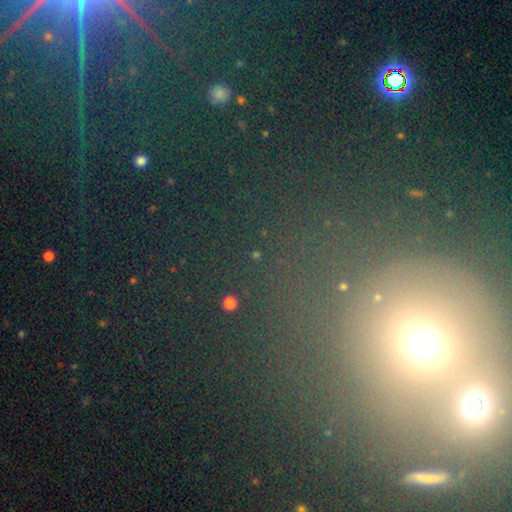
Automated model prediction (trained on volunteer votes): Smooth or featured? Predicted: star or artifact (p=0.59).